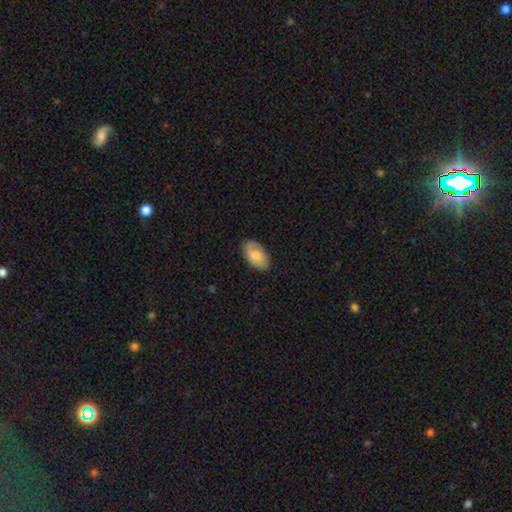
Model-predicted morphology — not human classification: Smooth or featured: smooth — 77% (featured or disk — 17%)
How rounded: in between — 95% (round — 4%)
Merging: none — 83% (minor disturbance — 13%)